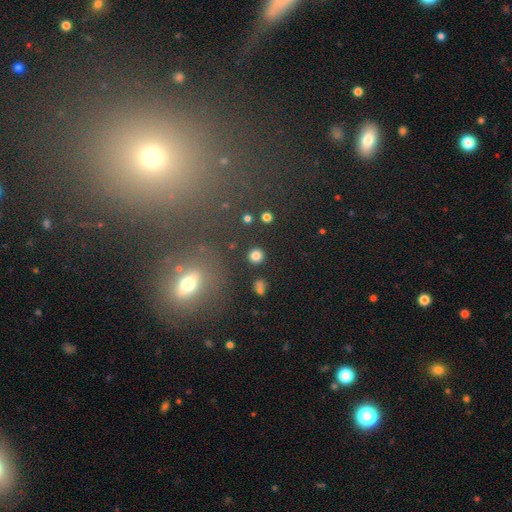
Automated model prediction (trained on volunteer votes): Q: Smooth or featured?
A: smooth (82%); runner-up: star or artifact (13%)
Q: How rounded?
A: round (92%); runner-up: in between (7%)
Q: Merging?
A: none (89%); runner-up: minor disturbance (5%)